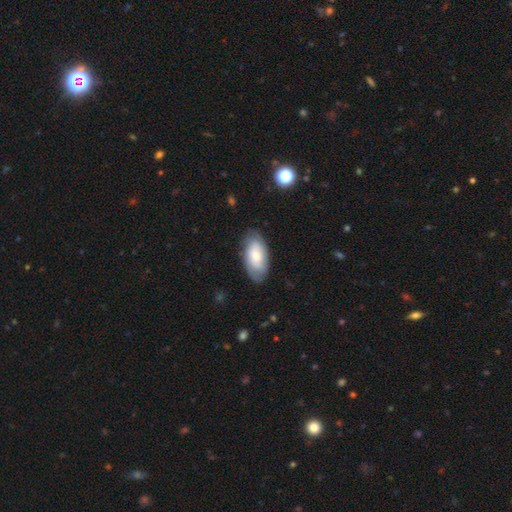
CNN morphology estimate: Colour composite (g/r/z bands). It shows a smooth galaxy with no disk features (66%) that is in between round and cigar-shaped (93%). Merging: none (78%).